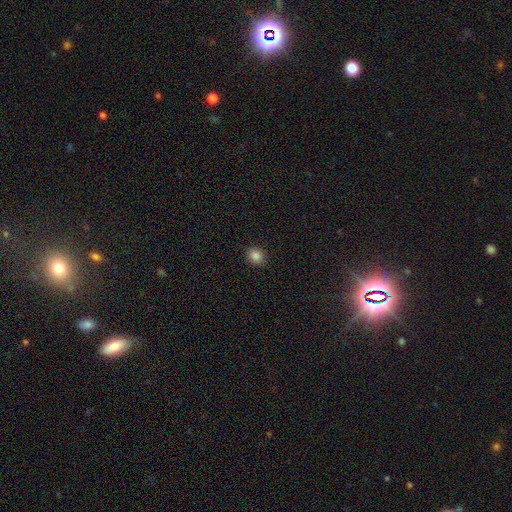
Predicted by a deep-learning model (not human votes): Q: Smooth or featured?
A: smooth (85%); runner-up: star or artifact (12%)
Q: How rounded?
A: round (75%); runner-up: in between (24%)
Q: Merging?
A: none (90%); runner-up: minor disturbance (7%)